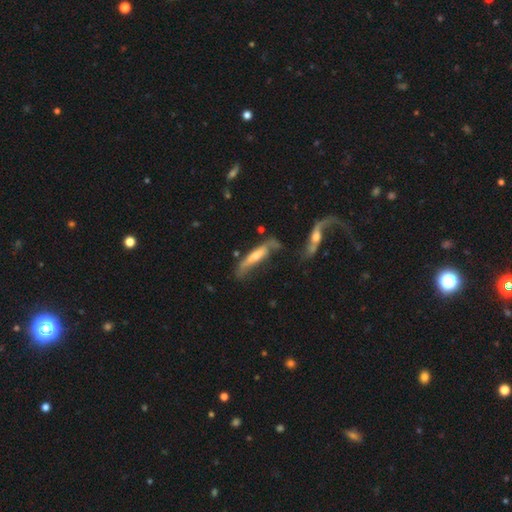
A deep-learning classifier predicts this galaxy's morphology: This appears to be a featured or disk galaxy (59%) viewed edge-on (68%). Merging: none (44%).